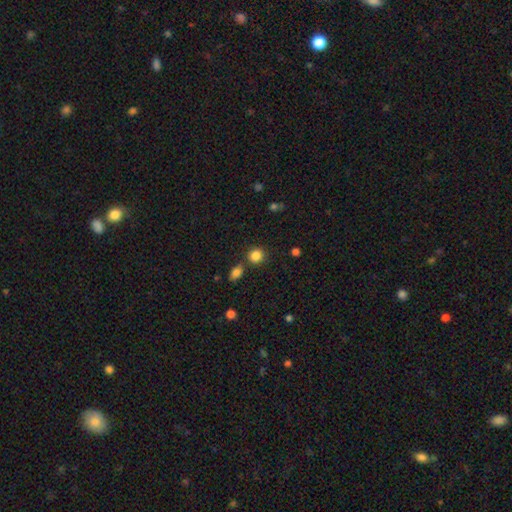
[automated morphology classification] The model was most divided on "merging": none: 74%, merger: 13%, minor disturbance: 10%, major disturbance: 3%. More confident: smooth or featured — smooth (85%); how rounded — round (82%).